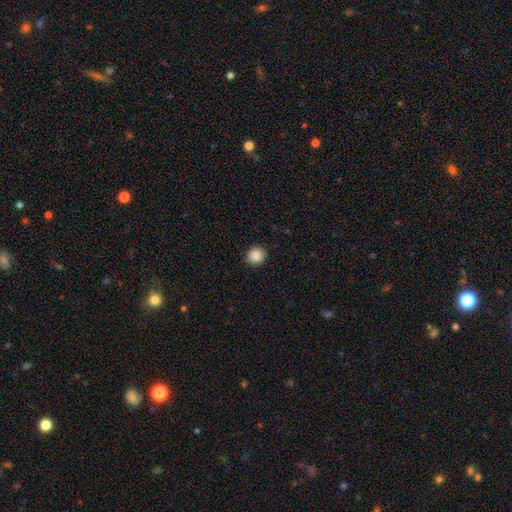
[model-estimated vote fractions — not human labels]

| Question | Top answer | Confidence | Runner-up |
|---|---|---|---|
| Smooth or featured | smooth | 87% | star or artifact (9%) |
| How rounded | round | 84% | in between (15%) |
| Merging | none | 91% | minor disturbance (6%) |